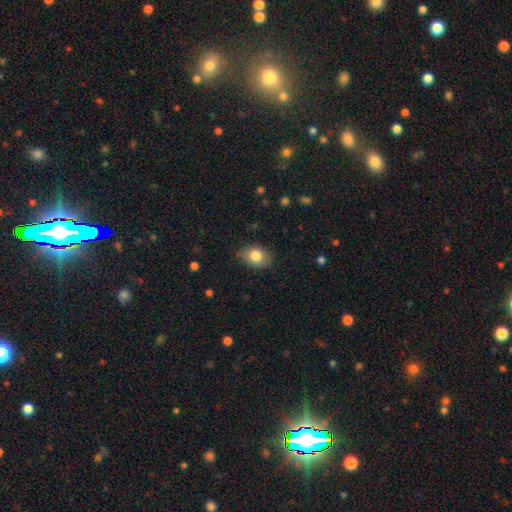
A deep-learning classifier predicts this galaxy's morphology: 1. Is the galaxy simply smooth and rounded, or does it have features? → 82% smooth, 10% featured or disk, 8% star or artifact.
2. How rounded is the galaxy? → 70% in between, 29% round, 1% cigar-shaped.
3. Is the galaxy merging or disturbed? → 78% none, 17% minor disturbance, 4% major disturbance, 1% merger.